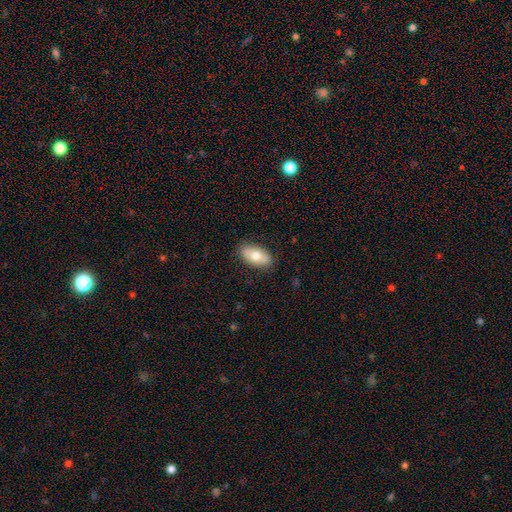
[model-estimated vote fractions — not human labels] Morphology: type=smooth (70%); roundness=in between (92%); merging=none (86%).